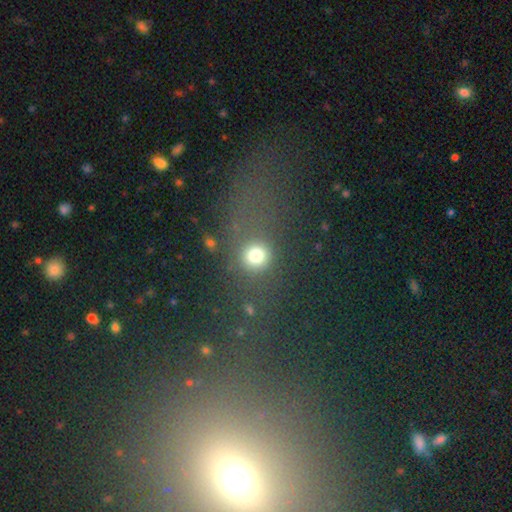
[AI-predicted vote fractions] This appears to be a smooth galaxy with no disk features (74%) that is round (78%). Merging: none (65%).